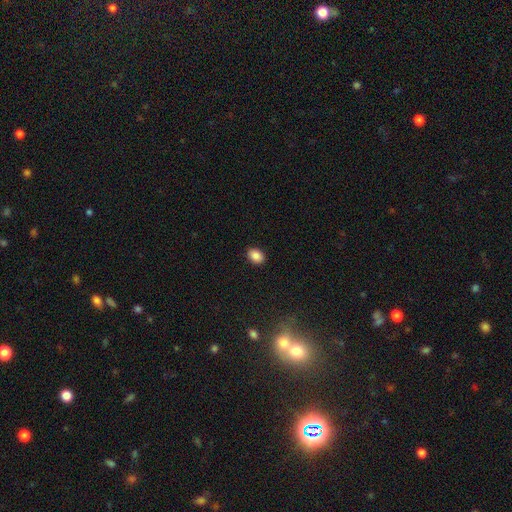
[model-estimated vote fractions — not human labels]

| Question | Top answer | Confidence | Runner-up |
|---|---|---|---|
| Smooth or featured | smooth | 87% | star or artifact (9%) |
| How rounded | in between | 74% | round (25%) |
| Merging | none | 89% | minor disturbance (8%) |